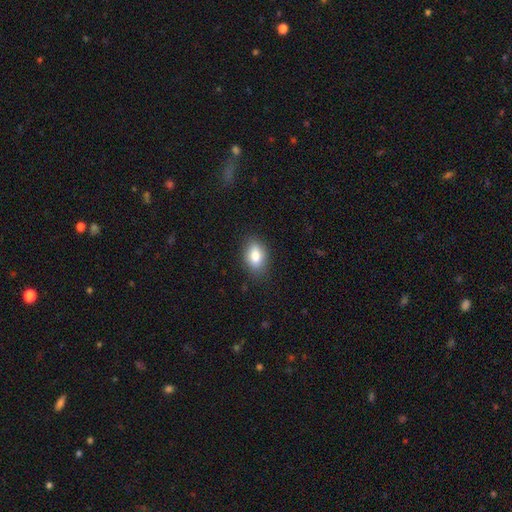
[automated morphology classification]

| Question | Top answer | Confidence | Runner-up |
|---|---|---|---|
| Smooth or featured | smooth | 82% | featured or disk (10%) |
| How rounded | in between | 85% | round (13%) |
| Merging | none | 84% | minor disturbance (13%) |